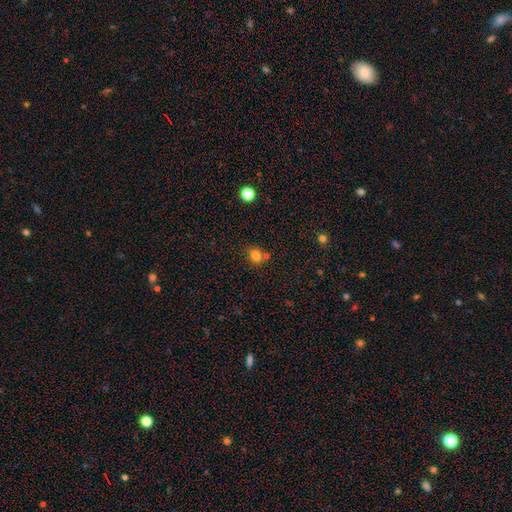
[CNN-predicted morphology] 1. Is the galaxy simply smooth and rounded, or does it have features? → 81% smooth, 13% star or artifact, 6% featured or disk.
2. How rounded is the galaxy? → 74% round, 25% in between, 1% cigar-shaped.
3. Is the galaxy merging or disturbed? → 67% none, 20% merger, 11% minor disturbance, 3% major disturbance.